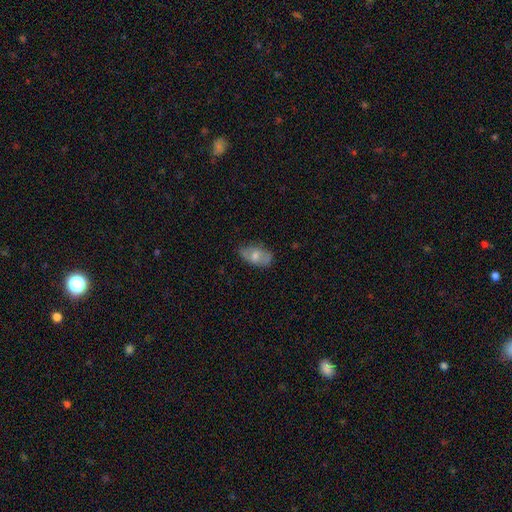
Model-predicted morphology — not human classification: Overall: smooth (65%; featured or disk 28%). How rounded: in between (91%). Merging: none (66%).